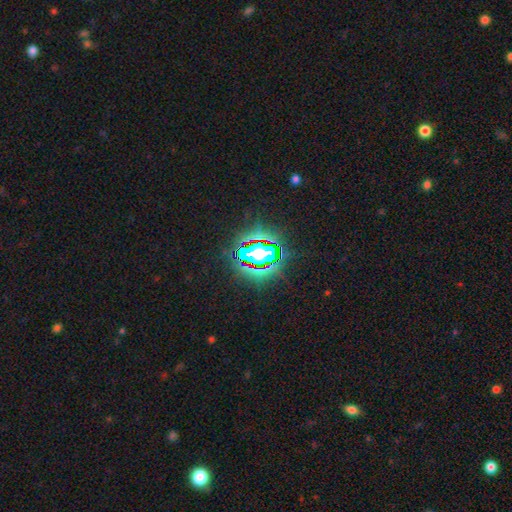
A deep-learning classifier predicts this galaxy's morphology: Q: Smooth or featured?
A: star or artifact (77%); runner-up: smooth (14%)